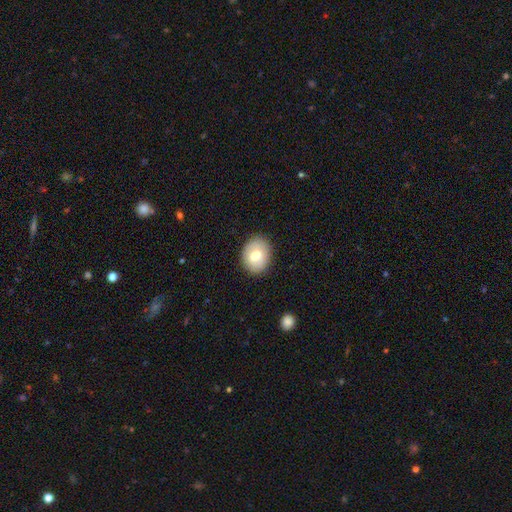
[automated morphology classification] Smooth or featured: smooth — 71% (featured or disk — 22%)
How rounded: in between — 57% (round — 42%)
Merging: none — 86% (minor disturbance — 10%)